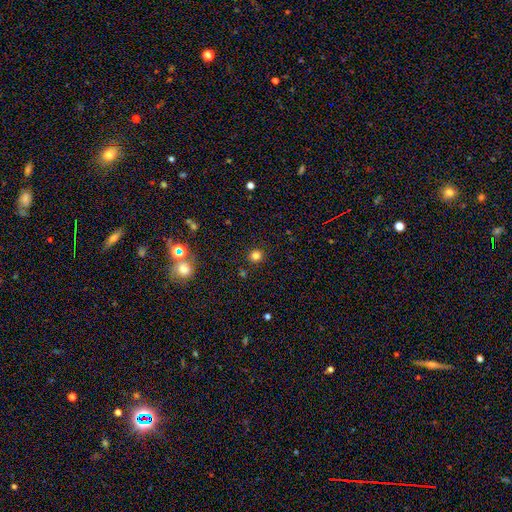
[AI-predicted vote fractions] Morphology: type=smooth (80%); roundness=round (90%); merging=none (90%).